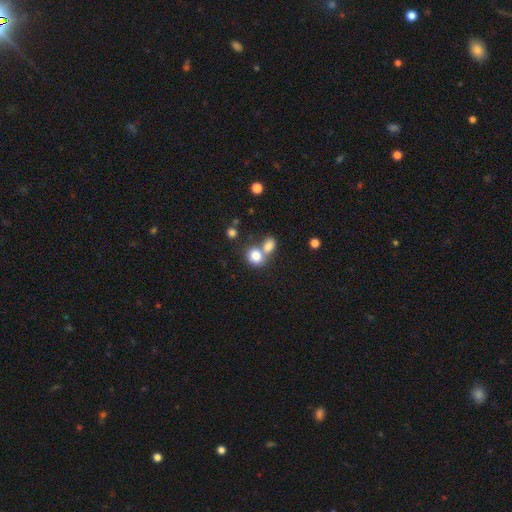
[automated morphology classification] This is clearly a smooth galaxy (80%). How rounded: likely round (67%). Merging: possibly merger (50%).